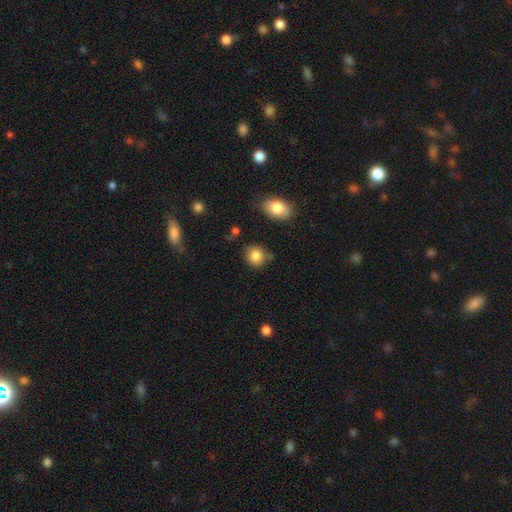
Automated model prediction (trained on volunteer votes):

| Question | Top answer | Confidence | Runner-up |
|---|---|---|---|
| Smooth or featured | smooth | 85% | star or artifact (9%) |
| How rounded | round | 79% | in between (20%) |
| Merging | none | 75% | minor disturbance (17%) |